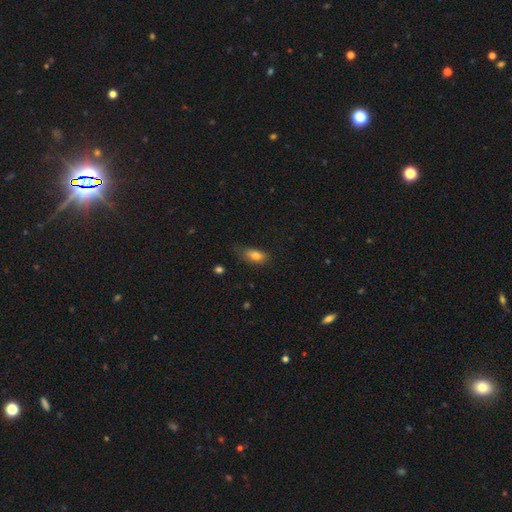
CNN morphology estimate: type=smooth (79%); roundness=in between (86%); merging=none (60%).